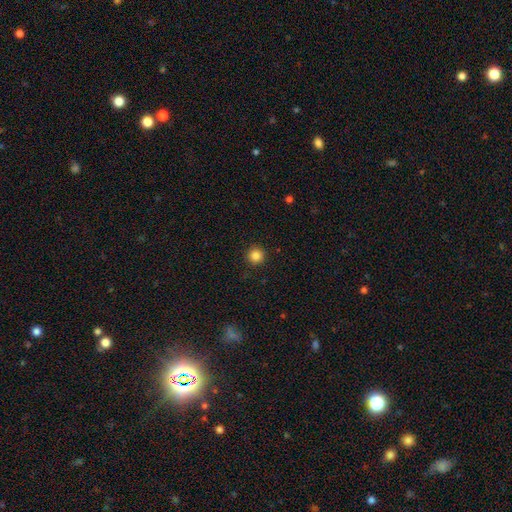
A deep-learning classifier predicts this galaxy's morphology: type=smooth (84%); roundness=round (95%); merging=none (92%).